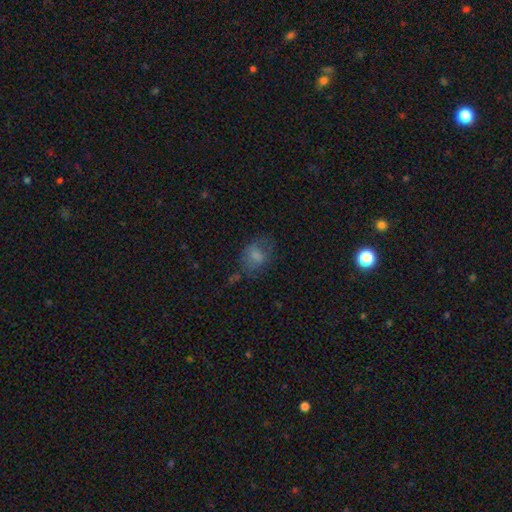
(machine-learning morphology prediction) type=smooth (67%); roundness=in between (65%); merging=none (50%).